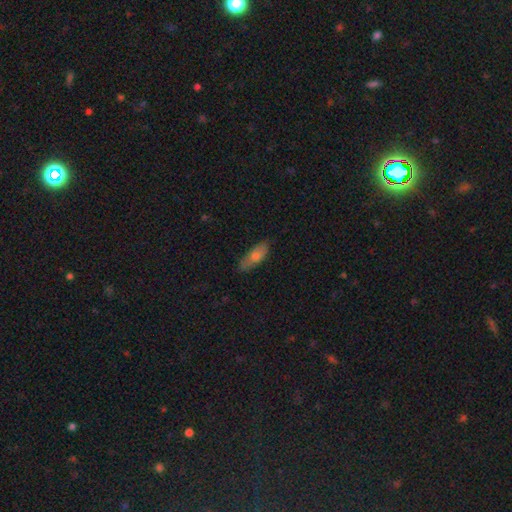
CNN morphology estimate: Smooth or featured? smooth (64%)
How rounded? in between (60%)
Merging? none (82%)